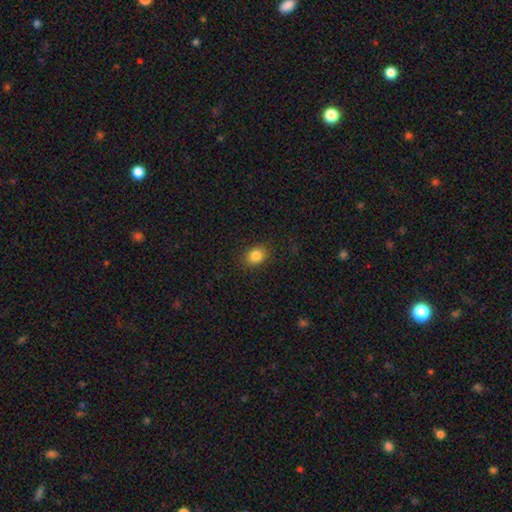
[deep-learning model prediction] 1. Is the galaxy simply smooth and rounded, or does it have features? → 84% smooth, 10% star or artifact, 6% featured or disk.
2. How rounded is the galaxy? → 50% round, 49% in between, 1% cigar-shaped.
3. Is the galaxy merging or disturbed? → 87% none, 9% minor disturbance, 3% major disturbance, 1% merger.